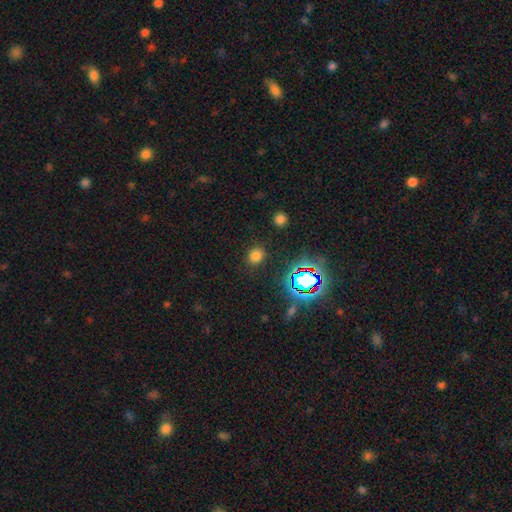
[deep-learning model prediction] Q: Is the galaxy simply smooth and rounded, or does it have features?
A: smooth — 70%.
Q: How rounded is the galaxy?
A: round — 67%.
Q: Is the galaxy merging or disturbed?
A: none — 86%.